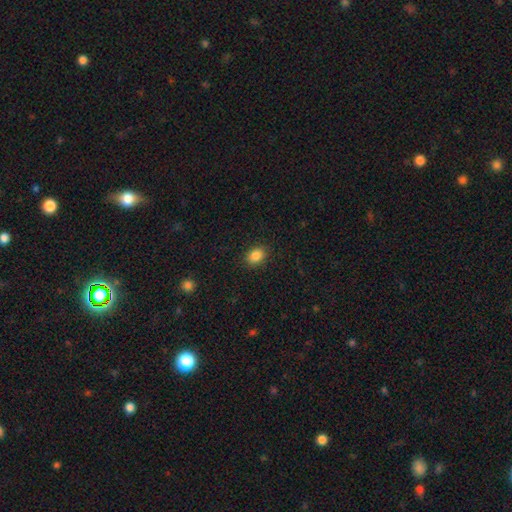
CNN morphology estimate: Smooth or featured?
  - smooth: 87% *
  - star or artifact: 9%
  - featured or disk: 4%
How rounded?
  - in between: 68% *
  - round: 31%
  - cigar-shaped: 1%
Merging?
  - none: 89% *
  - minor disturbance: 8%
  - major disturbance: 2%
  - merger: 1%